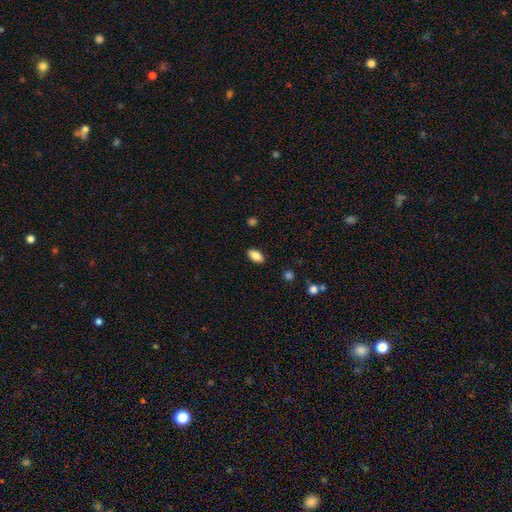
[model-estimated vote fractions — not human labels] Smooth or featured? smooth (86%)
How rounded? in between (91%)
Merging? none (88%)